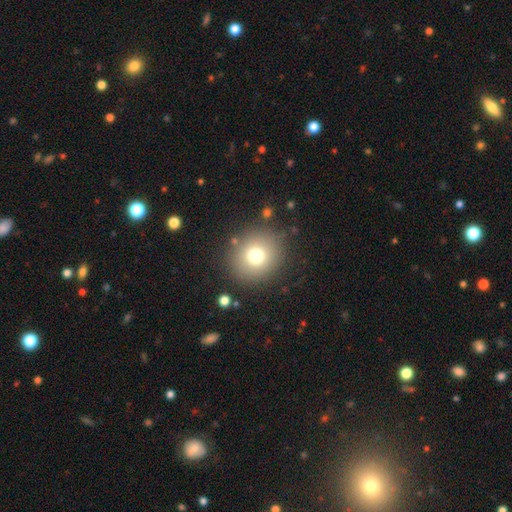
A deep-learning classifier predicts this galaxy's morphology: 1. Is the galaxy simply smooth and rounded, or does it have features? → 75% smooth, 13% star or artifact, 12% featured or disk.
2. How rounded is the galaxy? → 84% round, 15% in between, 1% cigar-shaped.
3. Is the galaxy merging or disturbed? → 85% none, 9% minor disturbance, 4% major disturbance, 2% merger.